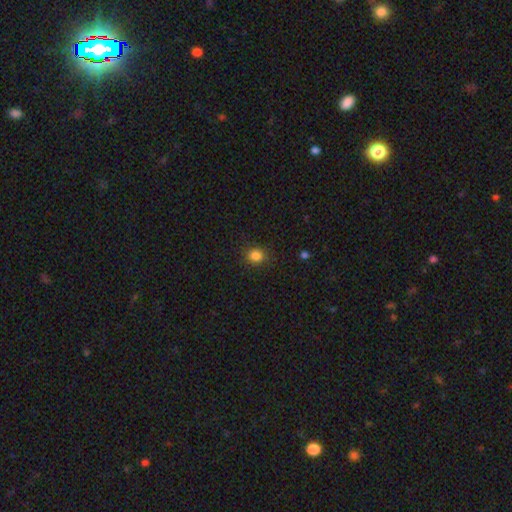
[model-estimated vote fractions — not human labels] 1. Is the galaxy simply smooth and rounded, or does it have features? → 84% smooth, 12% star or artifact, 4% featured or disk.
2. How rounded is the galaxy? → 79% round, 20% in between, 1% cigar-shaped.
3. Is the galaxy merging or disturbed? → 88% none, 8% minor disturbance, 3% major disturbance, 1% merger.